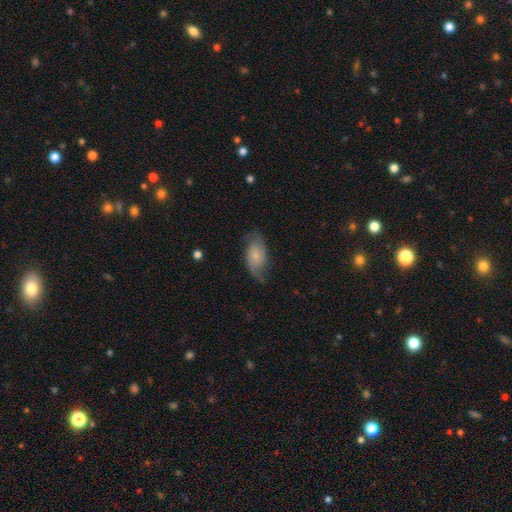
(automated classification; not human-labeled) Smooth or featured: featured or disk — 52% (smooth — 41%)
Edge-on disk: no — 94% (yes — 6%)
Merging: none — 63% (minor disturbance — 24%)